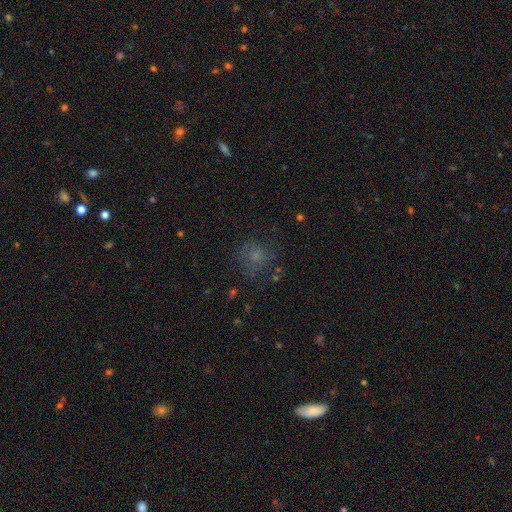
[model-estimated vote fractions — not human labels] This appears to be a smooth galaxy with no disk features (64%) that is round (84%). Merging: none (68%).